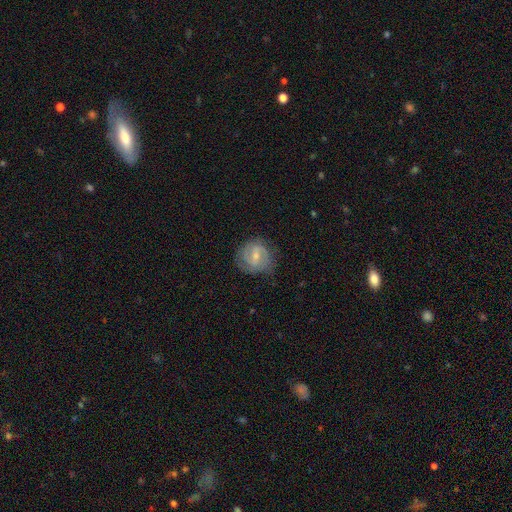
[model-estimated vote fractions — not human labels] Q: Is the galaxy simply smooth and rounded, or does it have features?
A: featured or disk — 70%.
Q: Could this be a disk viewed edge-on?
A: no — 98%.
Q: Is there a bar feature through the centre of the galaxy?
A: weak — 57%.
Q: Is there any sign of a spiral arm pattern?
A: yes — 91%.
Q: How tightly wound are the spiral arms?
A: medium — 44%.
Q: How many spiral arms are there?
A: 2 — 67%.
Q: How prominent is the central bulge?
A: small — 52%.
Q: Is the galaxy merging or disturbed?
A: none — 72%.